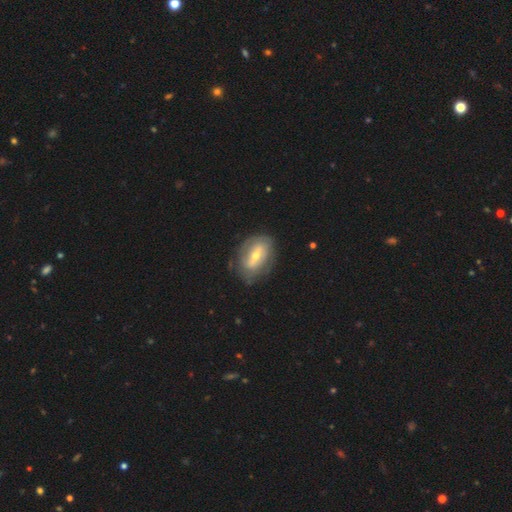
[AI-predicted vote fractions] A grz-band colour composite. It shows a featured or disk galaxy (65%) with a weak bar (38%), spiral arms (64%) and a moderate central bulge (52%). Merging: none (71%).